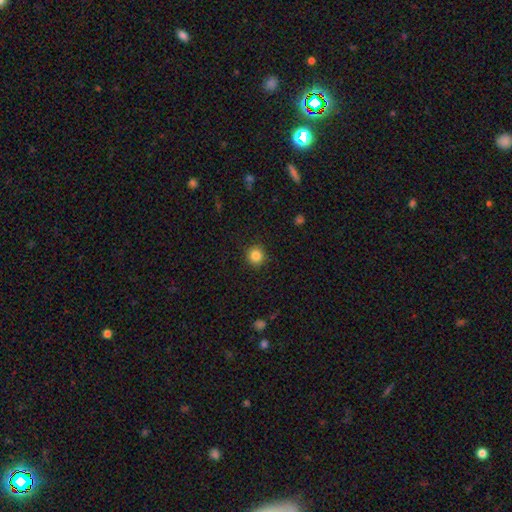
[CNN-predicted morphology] smooth-or-featured: smooth: 84% | star or artifact: 11% | featured or disk: 5%
  how-rounded: round: 94% | in between: 5% | cigar-shaped: 1%
  merging: none: 91% | minor disturbance: 6% | major disturbance: 2% | merger: 1%